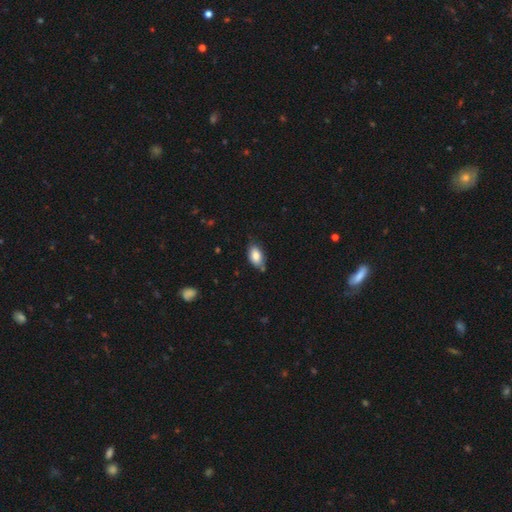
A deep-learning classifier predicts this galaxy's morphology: This is clearly a smooth galaxy (82%). How rounded: clearly in between (91%). Merging: likely none (67%).